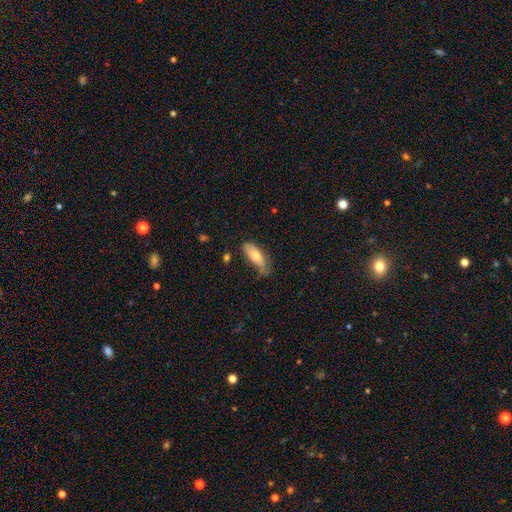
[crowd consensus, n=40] Smooth or featured? smooth (80%)
How rounded? in between (72%)
Merging? none (46%)